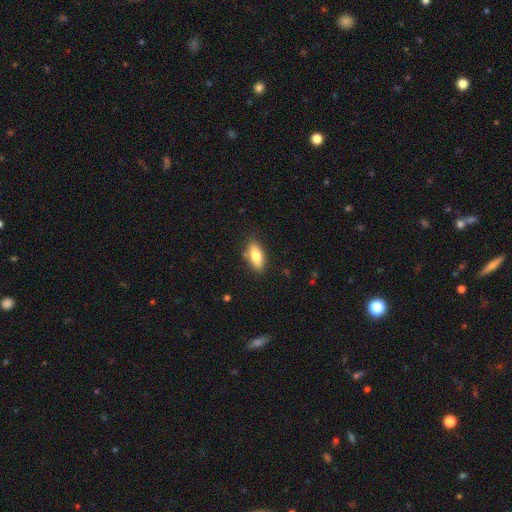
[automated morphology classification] A smooth galaxy with no disk features (78%) that is in between round and cigar-shaped (83%).

Vote fractions:
- Smooth or featured? smooth: 78% / featured or disk: 15% / star or artifact: 7%
- How rounded? in between: 83% / cigar-shaped: 14% / round: 3%
- Merging? none: 83% / minor disturbance: 12% / major disturbance: 2% / merger: 2%